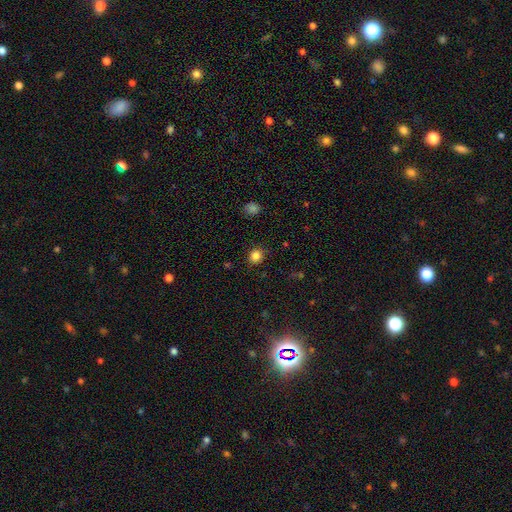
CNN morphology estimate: This is clearly a smooth galaxy (84%). How rounded: likely round (76%). Merging: clearly none (87%).